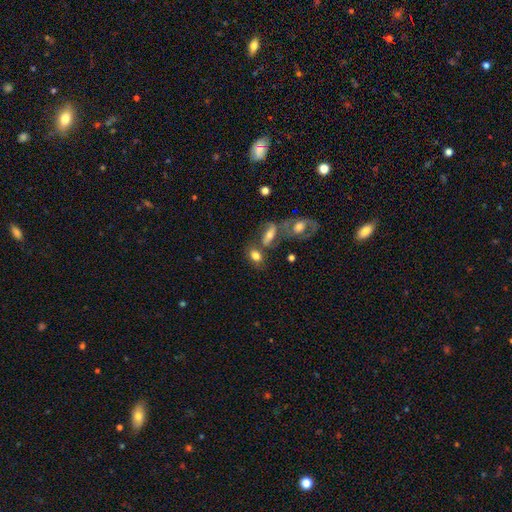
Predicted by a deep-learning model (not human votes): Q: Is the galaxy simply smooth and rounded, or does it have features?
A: smooth — 72%.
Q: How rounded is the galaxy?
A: in between — 76%.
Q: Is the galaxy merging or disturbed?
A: none — 45%.